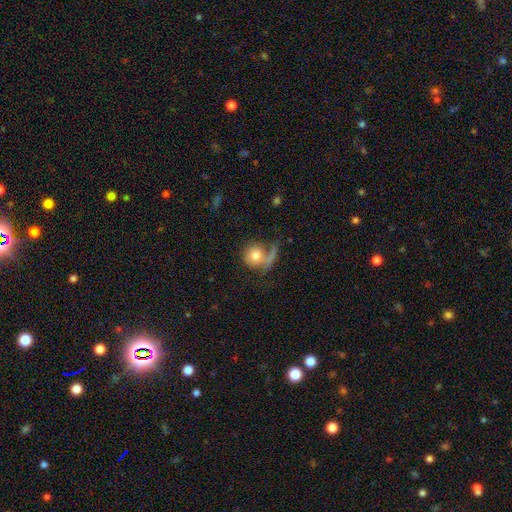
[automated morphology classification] The model was most divided on "merging": none: 39%, major disturbance: 26%, merger: 18%, minor disturbance: 16%. More confident: how rounded — round (82%); smooth or featured — smooth (66%).